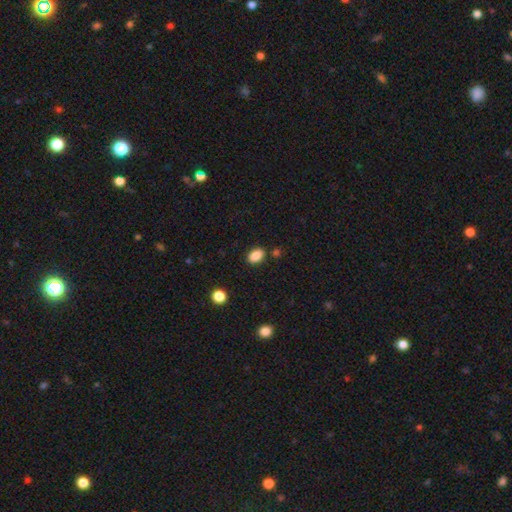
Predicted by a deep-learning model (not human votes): Smooth or featured? Predicted: smooth (p=0.87). How rounded? Predicted: in between (p=0.84). Merging? Predicted: none (p=0.84).